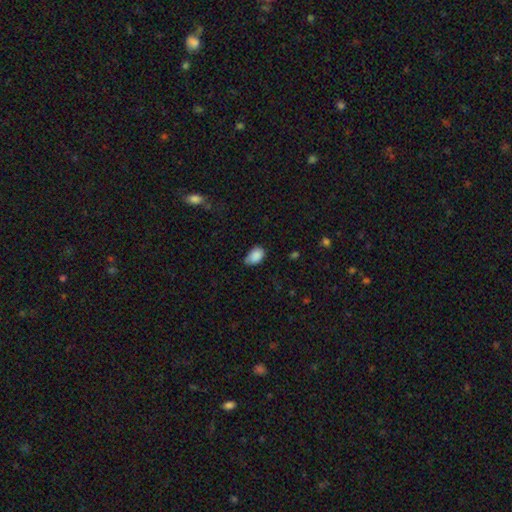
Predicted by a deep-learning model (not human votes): smooth-or-featured: smooth: 87% | star or artifact: 8% | featured or disk: 5%
  how-rounded: in between: 86% | round: 13% | cigar-shaped: 1%
  merging: none: 53% | minor disturbance: 38% | major disturbance: 7% | merger: 2%